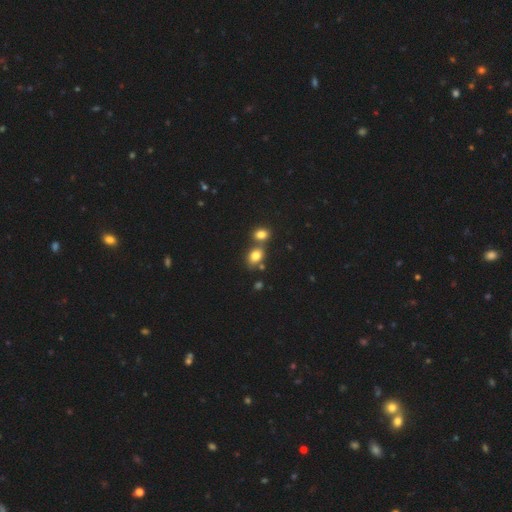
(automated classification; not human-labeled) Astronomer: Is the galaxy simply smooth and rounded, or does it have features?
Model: smooth — 79%.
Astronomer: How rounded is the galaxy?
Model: in between — 65%.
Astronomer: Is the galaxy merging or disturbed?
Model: none — 45% (runner-up: merger, 42%).